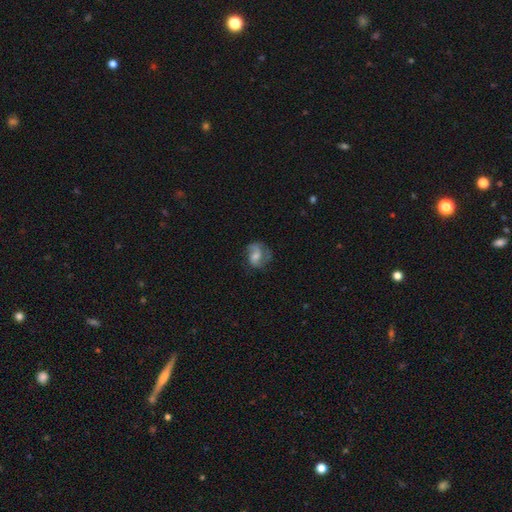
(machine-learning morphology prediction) Q: Smooth or featured?
A: featured or disk (60%); runner-up: smooth (31%)
Q: Edge-on disk?
A: no (97%); runner-up: yes (3%)
Q: Bar?
A: no (48%); runner-up: weak (41%)
Q: Spiral arms?
A: yes (87%); runner-up: no (13%)
Q: Spiral winding?
A: medium (44%); runner-up: loose (38%)
Q: Spiral arm count?
A: 2 (69%); runner-up: 1 (17%)
Q: Bulge size?
A: moderate (41%); runner-up: small (30%)
Q: Merging?
A: none (59%); runner-up: minor disturbance (23%)